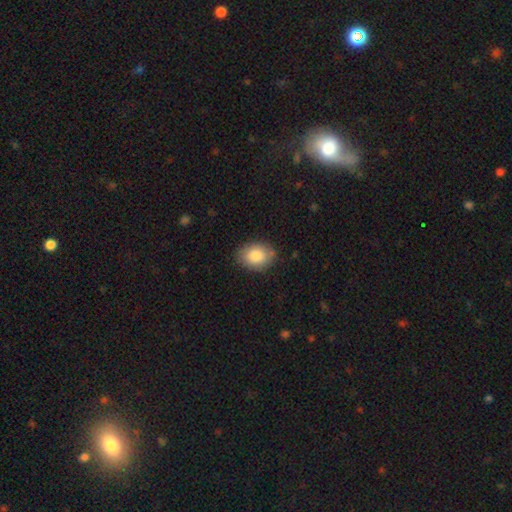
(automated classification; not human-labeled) This is clearly a smooth galaxy (85%). How rounded: likely in between (70%). Merging: clearly none (81%).